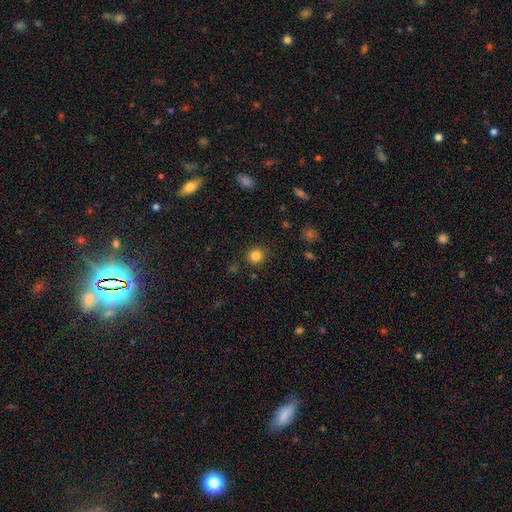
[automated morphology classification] type=smooth (83%); roundness=round (90%); merging=none (90%).